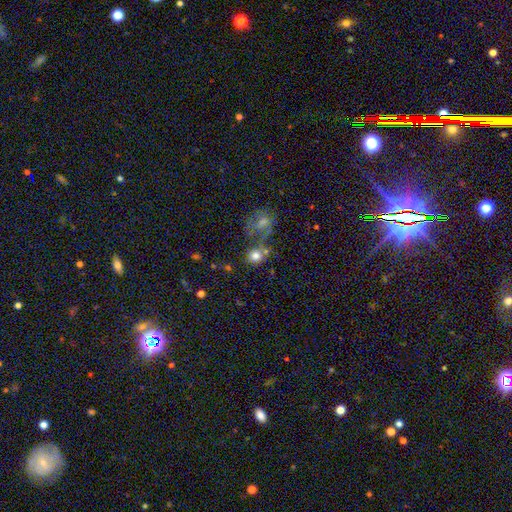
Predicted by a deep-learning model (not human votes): smooth-or-featured: smooth: 78% | star or artifact: 12% | featured or disk: 10%
  how-rounded: round: 77% | in between: 22% | cigar-shaped: 1%
  merging: none: 57% | merger: 23% | minor disturbance: 13% | major disturbance: 7%